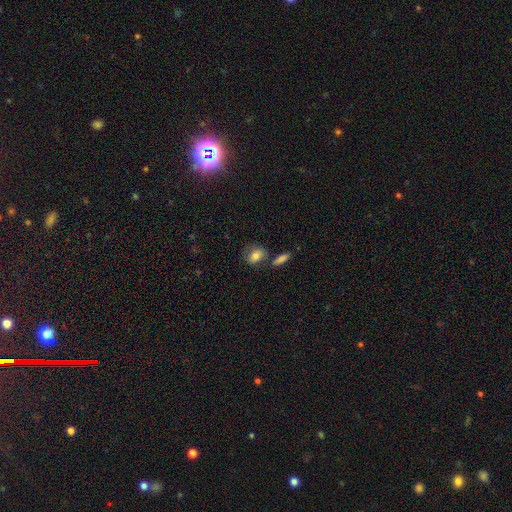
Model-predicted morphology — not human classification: smooth-or-featured: smooth: 73% | featured or disk: 18% | star or artifact: 9%
  how-rounded: in between: 58% | round: 39% | cigar-shaped: 3%
  merging: none: 62% | minor disturbance: 17% | merger: 15% | major disturbance: 6%